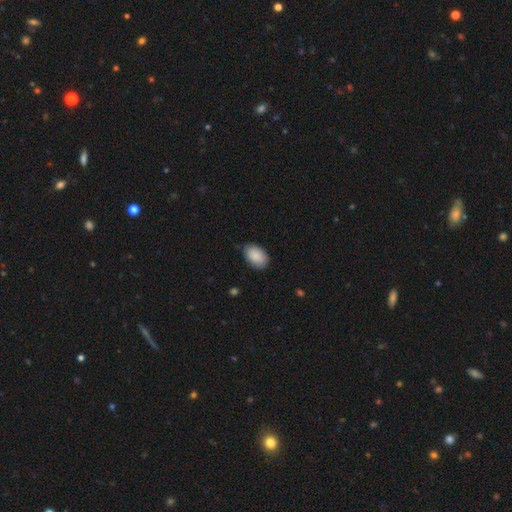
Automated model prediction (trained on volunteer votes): A smooth galaxy with no disk features (89%) that is in between round and cigar-shaped (88%). Merging: none (76%).